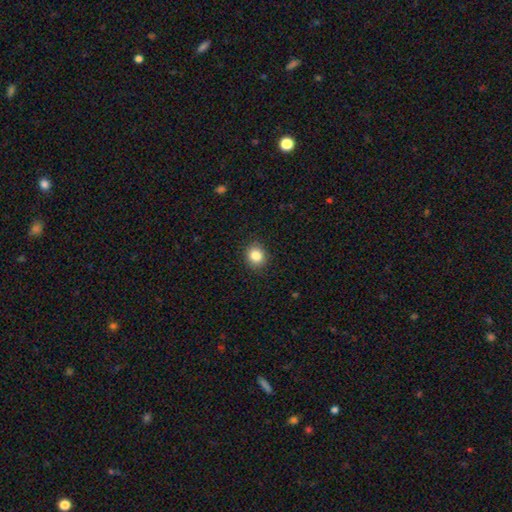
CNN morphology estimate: Overall: smooth (85%). How rounded: round (74%). Merging: none (89%).